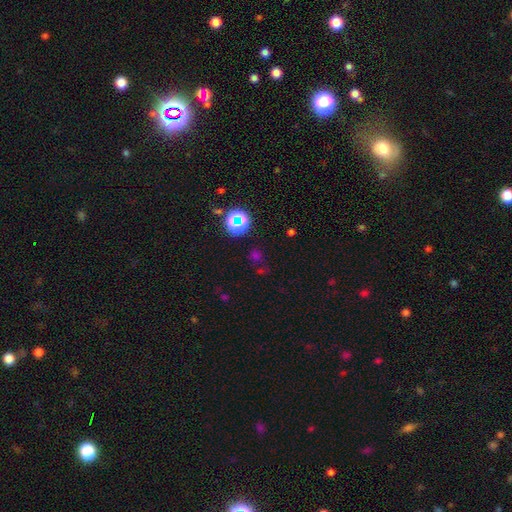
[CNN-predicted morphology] smooth 47%, star or artifact 46%, featured or disk 8%. Down the decision tree: merging — none (71%).